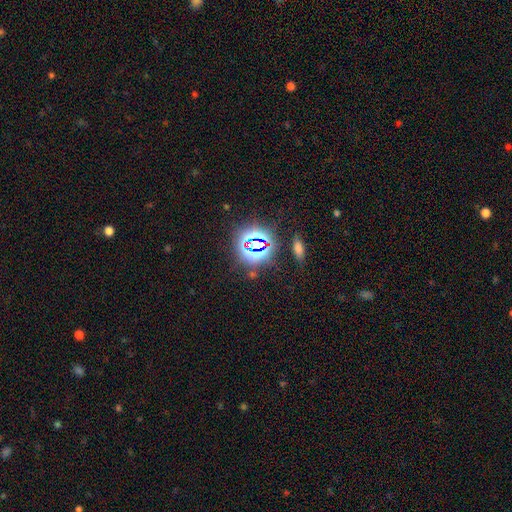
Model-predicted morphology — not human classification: smooth-or-featured: star or artifact: 76% | smooth: 15% | featured or disk: 9%